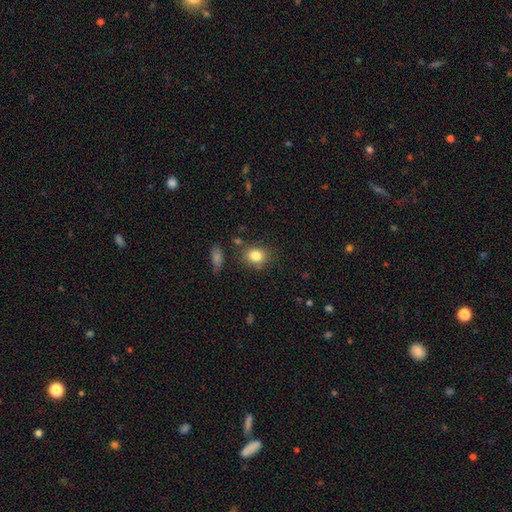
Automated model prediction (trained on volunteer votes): Smooth or featured? Predicted: smooth (p=0.84). How rounded? Predicted: round (p=0.54). Merging? Predicted: none (p=0.77).